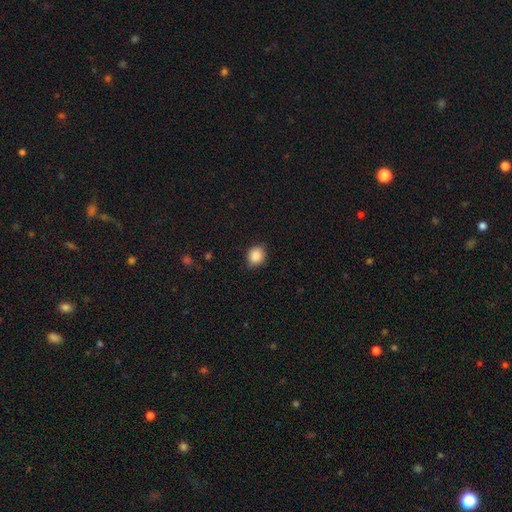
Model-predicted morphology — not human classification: type=smooth (87%); roundness=round (72%); merging=none (75%).